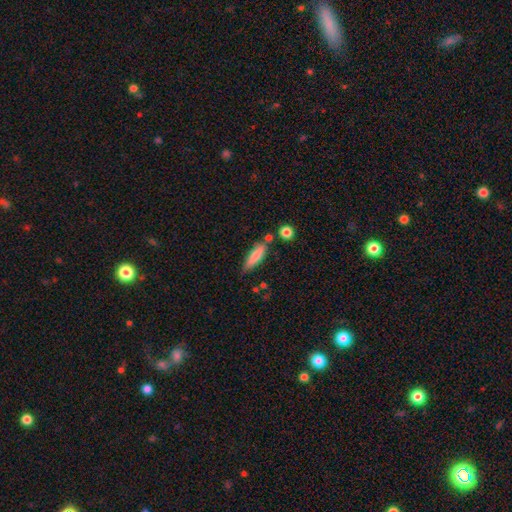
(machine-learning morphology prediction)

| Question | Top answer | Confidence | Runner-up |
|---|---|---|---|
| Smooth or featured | smooth | 81% | featured or disk (13%) |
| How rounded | cigar-shaped | 65% | in between (34%) |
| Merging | none | 69% | minor disturbance (19%) |